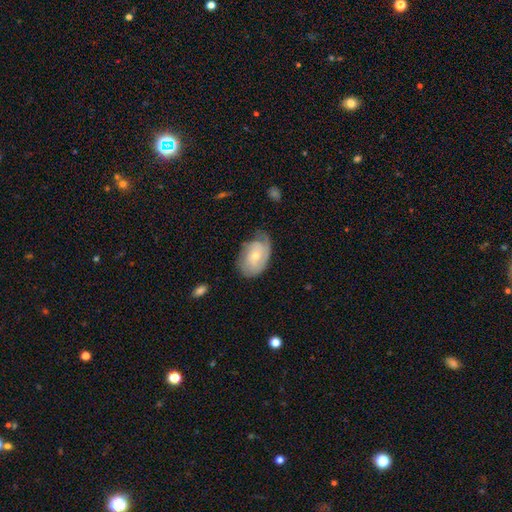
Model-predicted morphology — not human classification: featured or disk 53%, smooth 40%, star or artifact 6%. Down the decision tree: edge-on disk — no (95%); bar — no (75%); spiral arms — yes (80%); bulge size — small (61%); merging — none (53%).